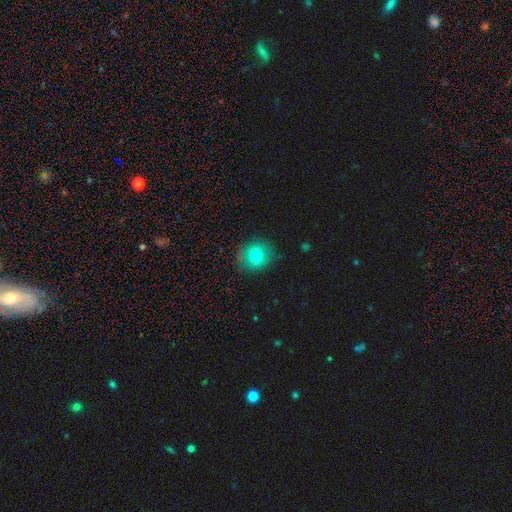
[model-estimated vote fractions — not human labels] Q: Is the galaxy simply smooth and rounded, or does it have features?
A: smooth — 77%.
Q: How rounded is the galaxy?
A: round — 75%.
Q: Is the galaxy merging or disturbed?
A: none — 79%.